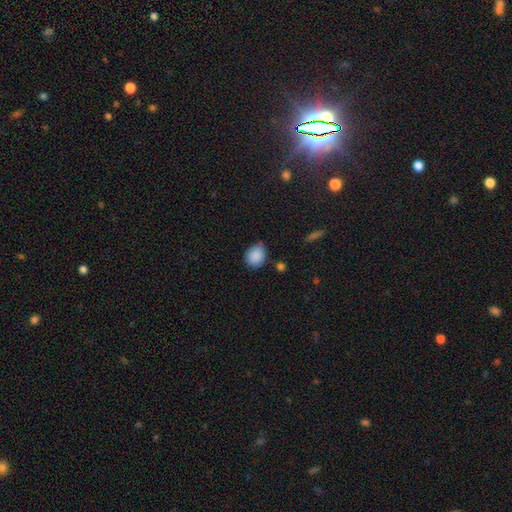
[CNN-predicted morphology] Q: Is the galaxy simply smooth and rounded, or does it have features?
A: smooth — 88%.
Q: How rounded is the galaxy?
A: round — 63%.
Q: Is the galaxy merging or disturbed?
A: none — 71%.